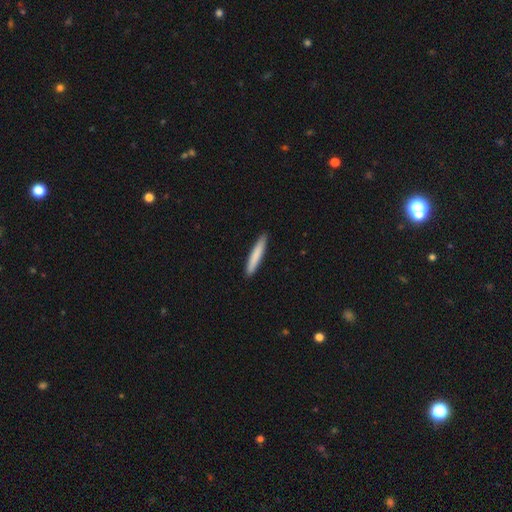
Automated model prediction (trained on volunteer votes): This appears to be a smooth galaxy with no disk features (81%) that is cigar-shaped (94%). Merging: none (92%).